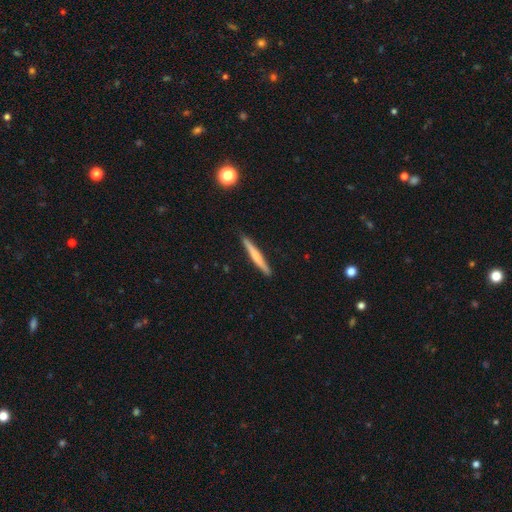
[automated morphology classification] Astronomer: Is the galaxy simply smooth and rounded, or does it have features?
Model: smooth — 56% (runner-up: featured or disk, 39%).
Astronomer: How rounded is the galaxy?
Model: cigar-shaped — 96%.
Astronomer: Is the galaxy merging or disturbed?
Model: none — 90%.